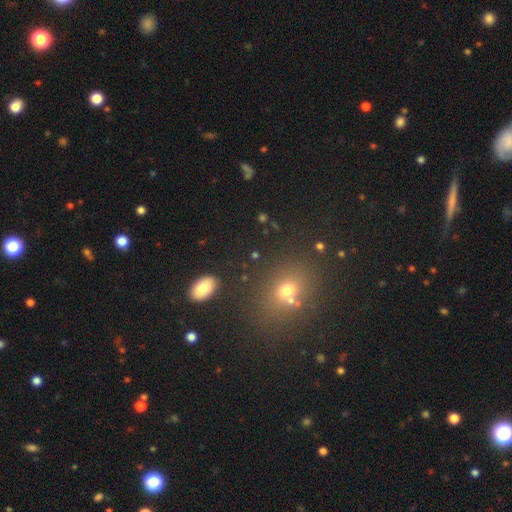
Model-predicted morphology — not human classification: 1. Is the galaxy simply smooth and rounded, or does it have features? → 59% smooth, 29% star or artifact, 13% featured or disk.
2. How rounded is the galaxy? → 48% round (tied), 48% in between (tied), 4% cigar-shaped.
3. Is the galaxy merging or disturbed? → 72% none, 12% merger, 10% minor disturbance, 5% major disturbance.